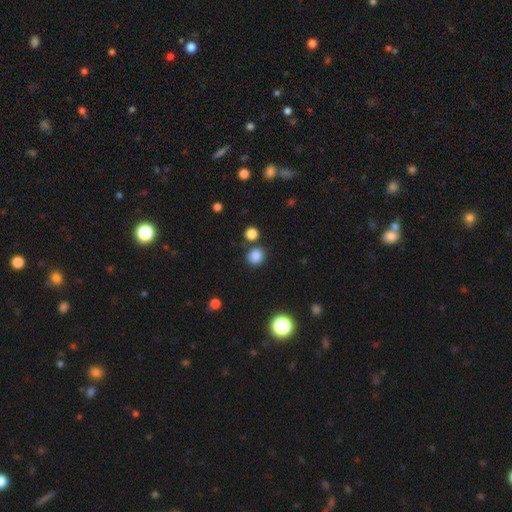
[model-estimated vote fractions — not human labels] Smooth or featured? smooth (84%)
How rounded? round (86%)
Merging? none (80%)